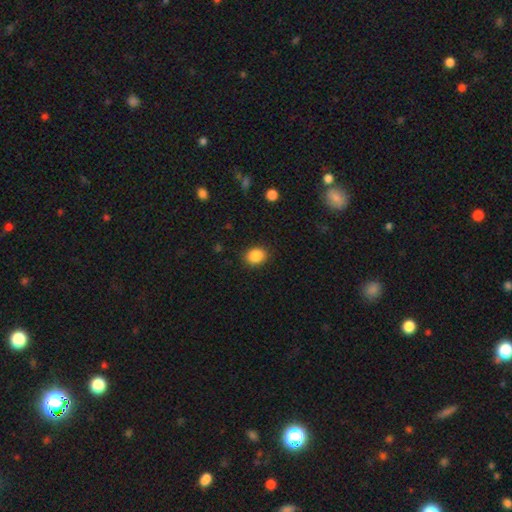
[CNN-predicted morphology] smooth_or_featured: smooth (p=0.88) [alt: star or artifact p=0.09]
how_rounded: round (p=0.53) [alt: in between p=0.46]
merging: none (p=0.88) [alt: minor disturbance p=0.08]